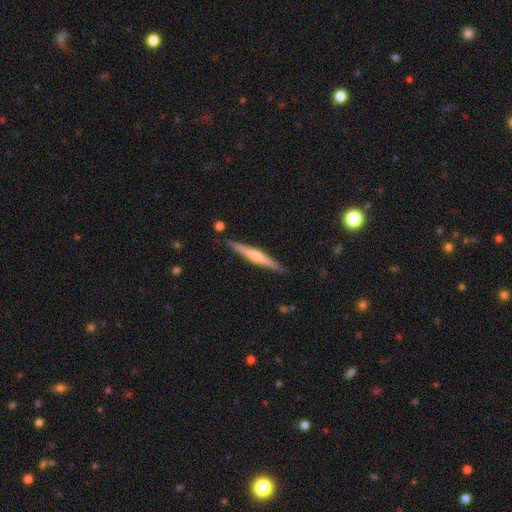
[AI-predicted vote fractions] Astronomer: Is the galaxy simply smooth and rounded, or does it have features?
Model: featured or disk — 60% (runner-up: smooth, 35%).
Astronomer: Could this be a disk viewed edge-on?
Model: yes — 97%.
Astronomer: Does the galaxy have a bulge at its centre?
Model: rounded — 71%.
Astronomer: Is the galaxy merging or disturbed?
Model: none — 88%.